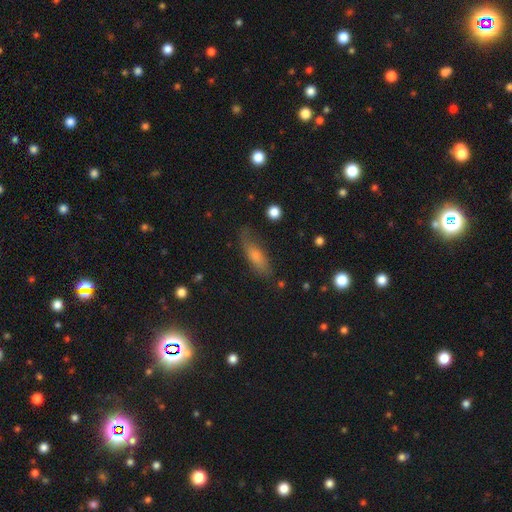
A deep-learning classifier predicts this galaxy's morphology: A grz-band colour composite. It shows a smooth galaxy with no disk features (58%) that is in between round and cigar-shaped (51%). Merging: none (70%).